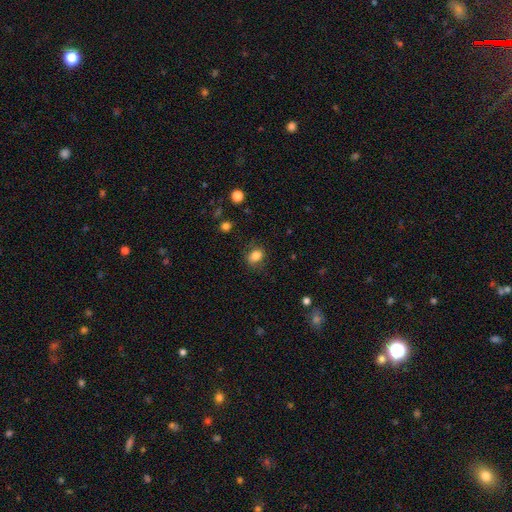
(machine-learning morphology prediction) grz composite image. It shows a smooth galaxy with no disk features (83%) that is in between round and cigar-shaped (62%). Merging: none (75%).